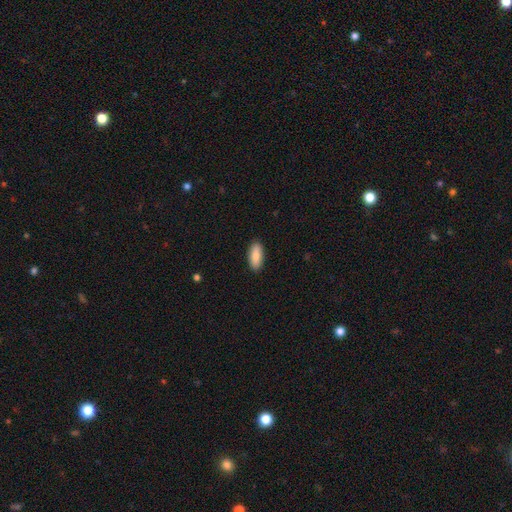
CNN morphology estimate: A smooth galaxy with no disk features (85%) that is in between round and cigar-shaped (82%). Merging: none (89%).